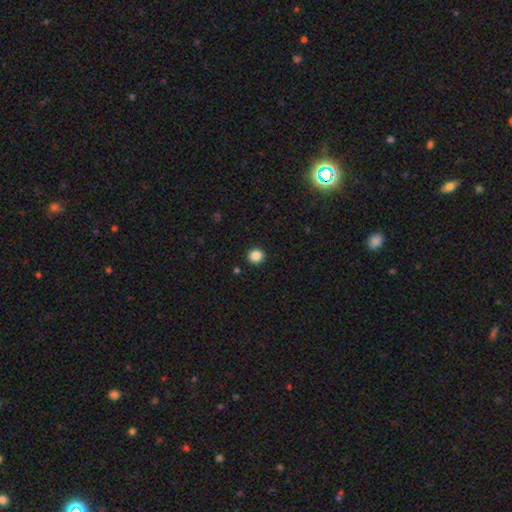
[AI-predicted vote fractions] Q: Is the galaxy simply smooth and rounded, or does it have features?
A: smooth — 86%.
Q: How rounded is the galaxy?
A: round — 91%.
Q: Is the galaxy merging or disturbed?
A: none — 92%.